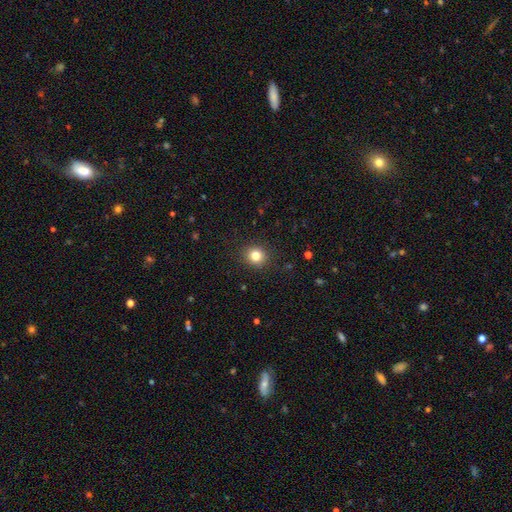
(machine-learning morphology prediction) type=smooth (81%); roundness=round (88%); merging=none (91%).